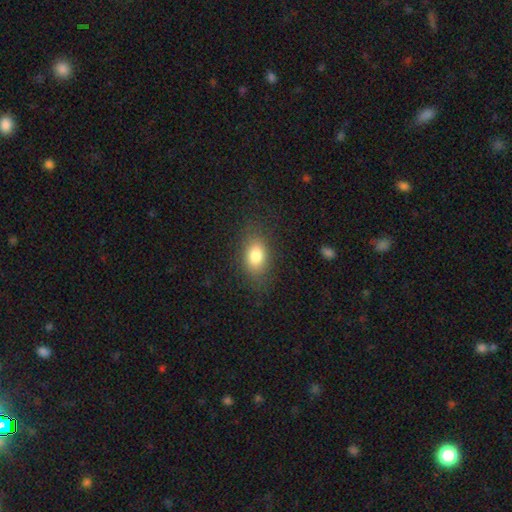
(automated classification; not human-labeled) This is clearly a smooth galaxy (81%). How rounded: clearly in between (83%). Merging: clearly none (81%).